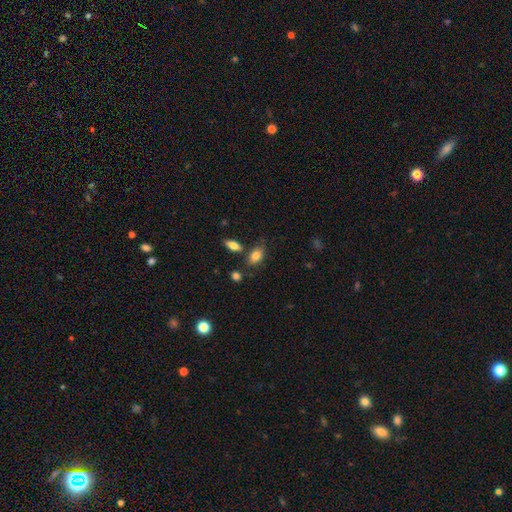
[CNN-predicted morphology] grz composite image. It shows a smooth galaxy with no disk features (82%) that is in between round and cigar-shaped (86%). Merging: none (67%).